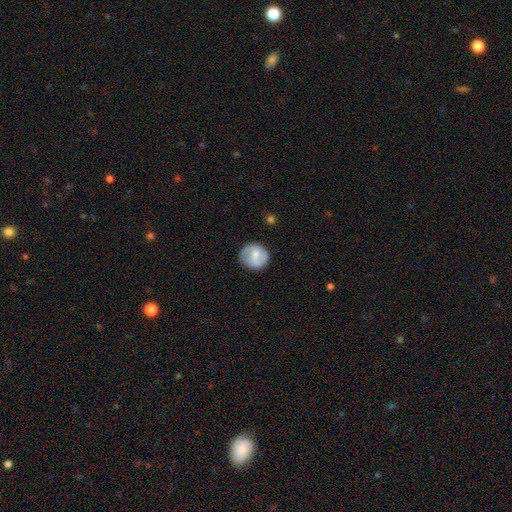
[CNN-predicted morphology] This appears to be a featured or disk galaxy (52%) with a weak bar (48%), spiral arms (81%) and a moderate central bulge (51%). Merging: none (79%).